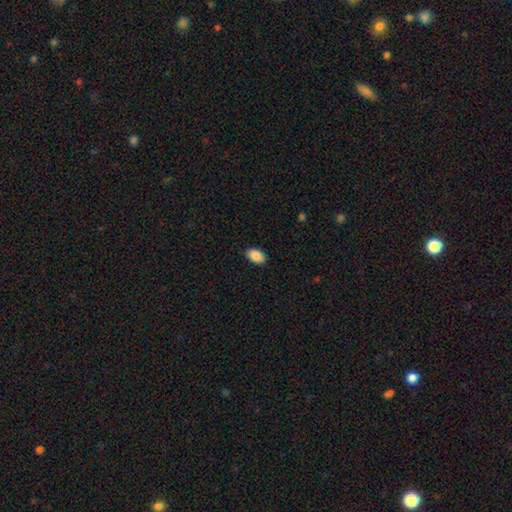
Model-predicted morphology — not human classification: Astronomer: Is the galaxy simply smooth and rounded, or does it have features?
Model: smooth — 89%.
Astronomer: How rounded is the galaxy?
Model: in between — 92%.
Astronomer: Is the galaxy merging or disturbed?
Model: none — 89%.